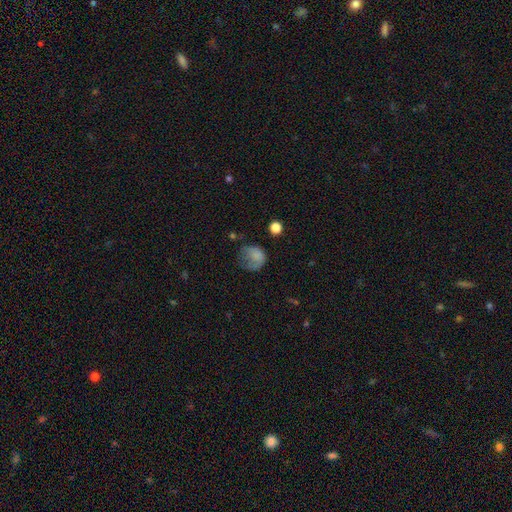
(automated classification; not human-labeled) Smooth or featured: smooth — 71% (featured or disk — 18%)
How rounded: round — 64% (in between — 35%)
Merging: major disturbance — 38% (none — 30%)